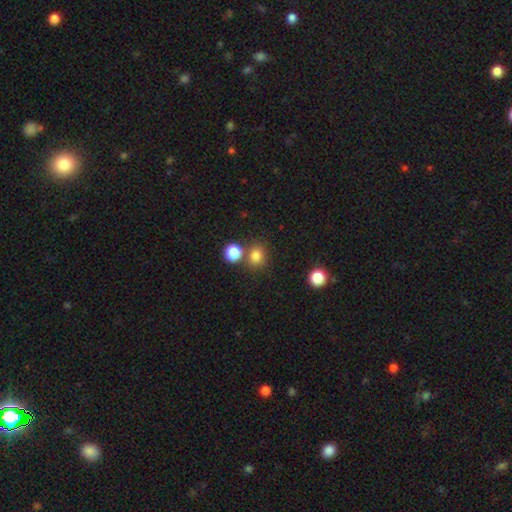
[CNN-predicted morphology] A smooth galaxy with no disk features (80%) that is round (75%). Merging: none (69%).